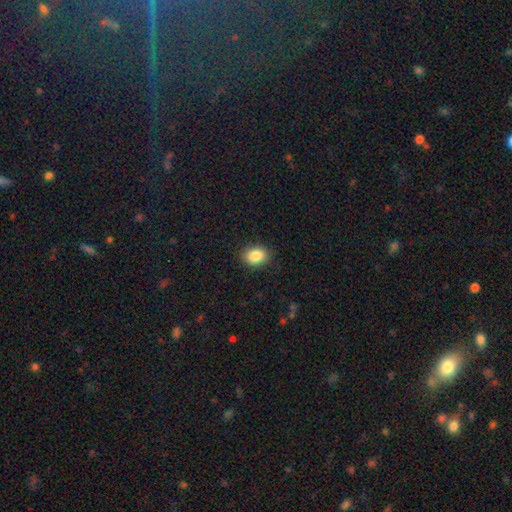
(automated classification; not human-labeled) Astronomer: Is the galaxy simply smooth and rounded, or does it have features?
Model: smooth — 87%.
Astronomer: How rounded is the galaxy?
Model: in between — 63%.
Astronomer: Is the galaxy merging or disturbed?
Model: none — 88%.